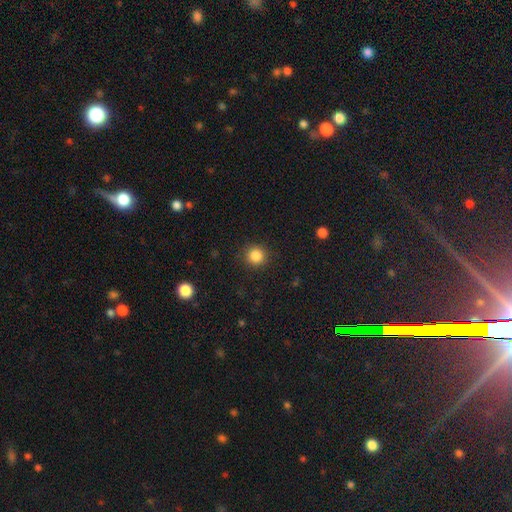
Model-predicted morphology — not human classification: Overall: smooth (85%). How rounded: round (93%). Merging: none (90%).